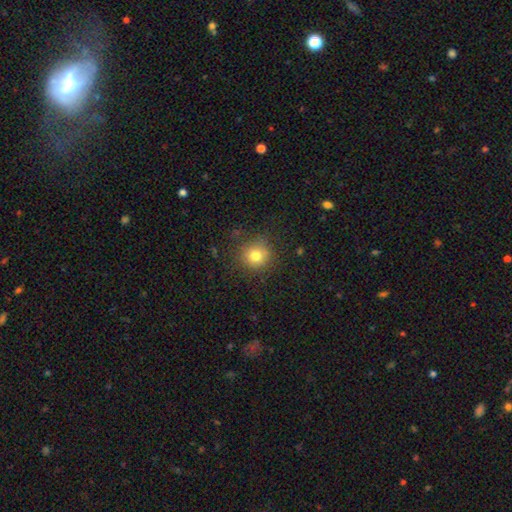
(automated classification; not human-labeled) The model was most divided on "smooth or featured": smooth: 77%, star or artifact: 15%, featured or disk: 8%. More confident: how rounded — round (92%); merging — none (83%).